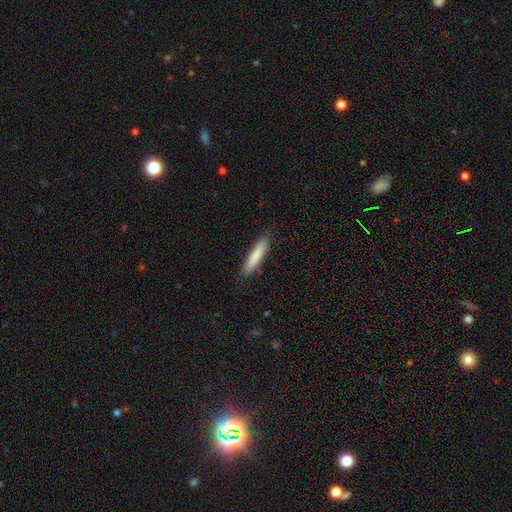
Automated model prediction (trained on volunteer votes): A smooth galaxy with no disk features (83%) that is cigar-shaped (85%). Merging: none (88%).